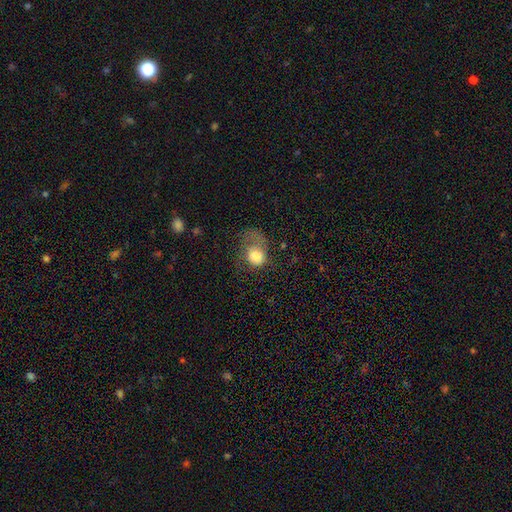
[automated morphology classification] This is likely a smooth galaxy (69%). How rounded: possibly round (53%). Merging: possibly major disturbance (53%).